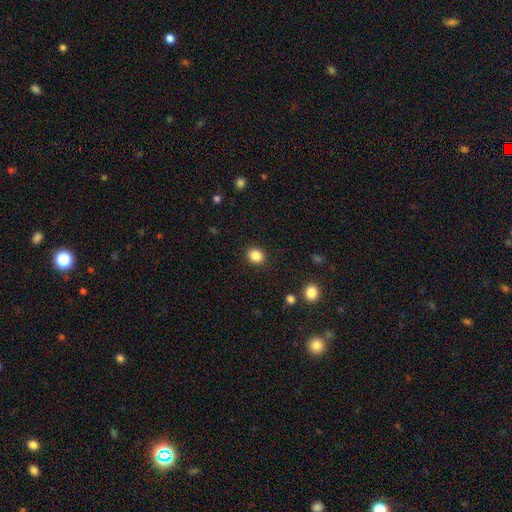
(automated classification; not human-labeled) Smooth or featured: smooth — 86% (star or artifact — 10%)
How rounded: round — 63% (in between — 36%)
Merging: none — 90% (minor disturbance — 7%)